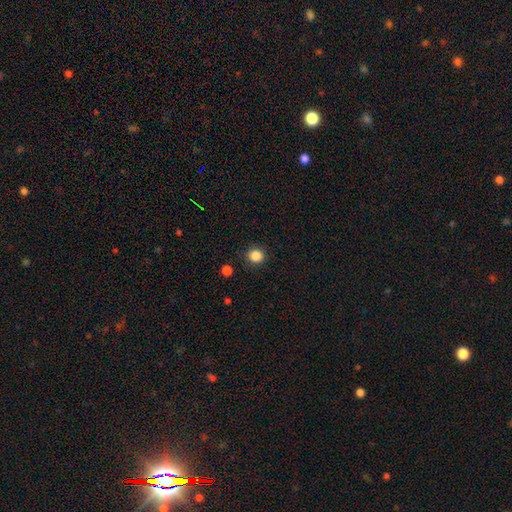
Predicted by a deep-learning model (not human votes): Smooth or featured: smooth — 86% (star or artifact — 11%)
How rounded: round — 89% (in between — 10%)
Merging: none — 90% (minor disturbance — 7%)